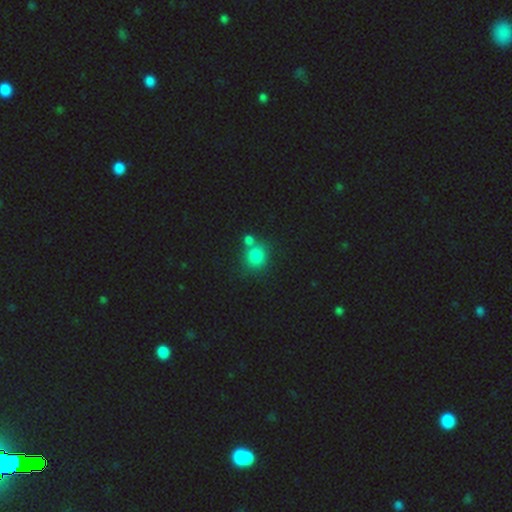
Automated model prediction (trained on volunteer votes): A smooth galaxy with no disk features (80%) that is round (84%).

Vote fractions:
- Smooth or featured? smooth: 80% / star or artifact: 14% / featured or disk: 6%
- How rounded? round: 84% / in between: 14% / cigar-shaped: 1%
- Merging? none: 54% / merger: 32% / minor disturbance: 10% / major disturbance: 4%